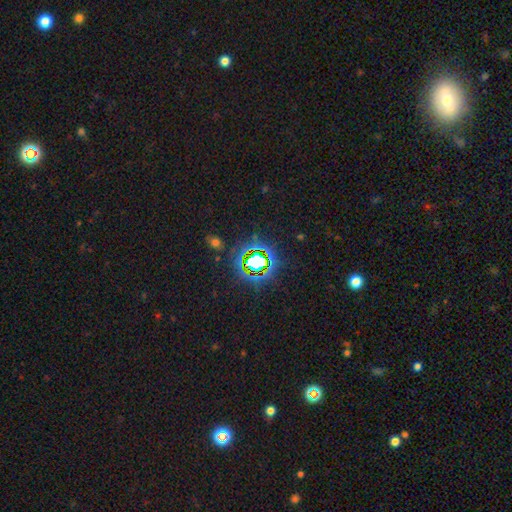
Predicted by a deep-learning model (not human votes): The model was most divided on "smooth or featured": star or artifact: 77%, smooth: 15%, featured or disk: 8%.